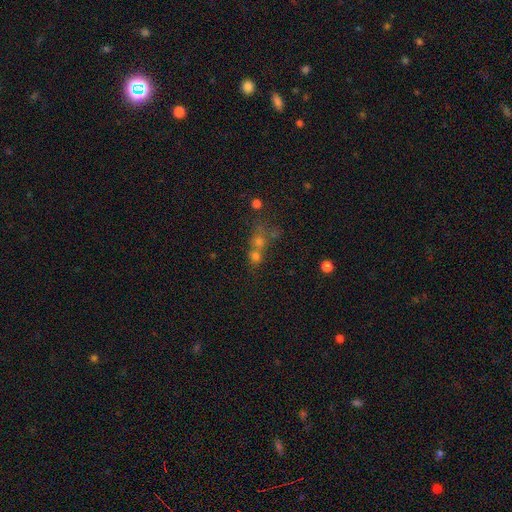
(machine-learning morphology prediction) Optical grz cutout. It shows a smooth galaxy with no disk features (59%) that is round (78%). Merging: merger (55%).